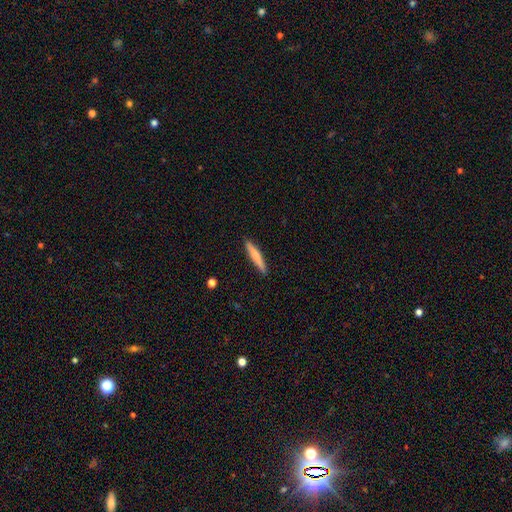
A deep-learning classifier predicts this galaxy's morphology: Q: Smooth or featured?
A: smooth (67%); runner-up: featured or disk (28%)
Q: How rounded?
A: cigar-shaped (92%); runner-up: in between (6%)
Q: Merging?
A: none (90%); runner-up: minor disturbance (7%)